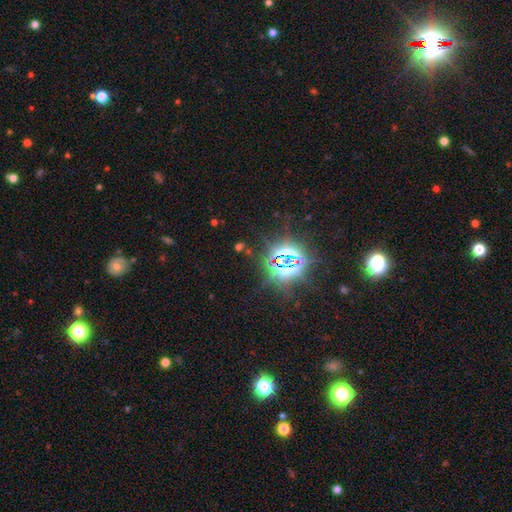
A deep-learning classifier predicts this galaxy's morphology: Smooth or featured?
  - star or artifact: 81% *
  - smooth: 13%
  - featured or disk: 7%